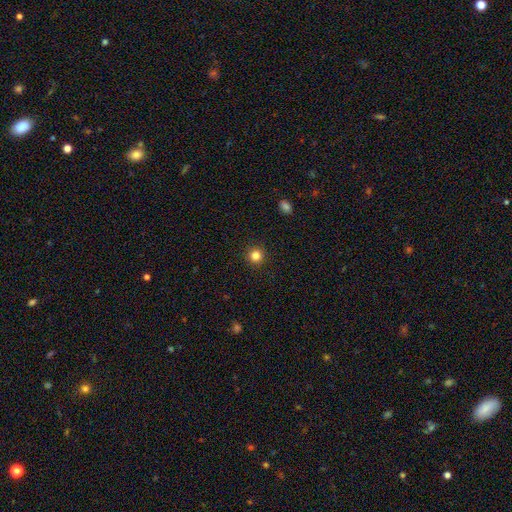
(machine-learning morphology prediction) This appears to be a smooth galaxy with no disk features (83%) that is round (95%). Merging: none (93%).